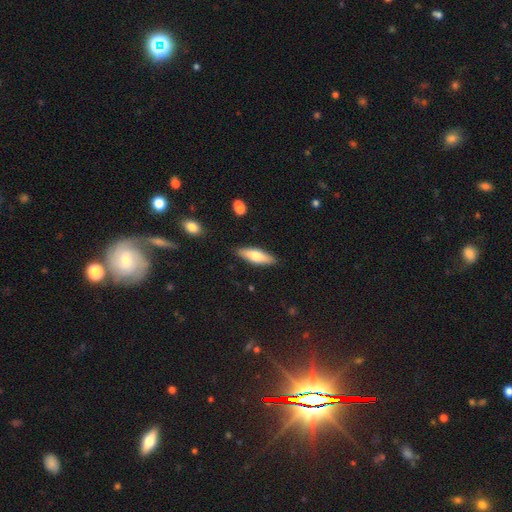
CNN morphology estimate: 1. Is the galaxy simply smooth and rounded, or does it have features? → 68% smooth, 26% featured or disk, 6% star or artifact.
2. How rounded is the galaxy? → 55% cigar-shaped, 43% in between, 2% round.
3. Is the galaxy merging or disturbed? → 86% none, 10% minor disturbance, 2% major disturbance, 2% merger.